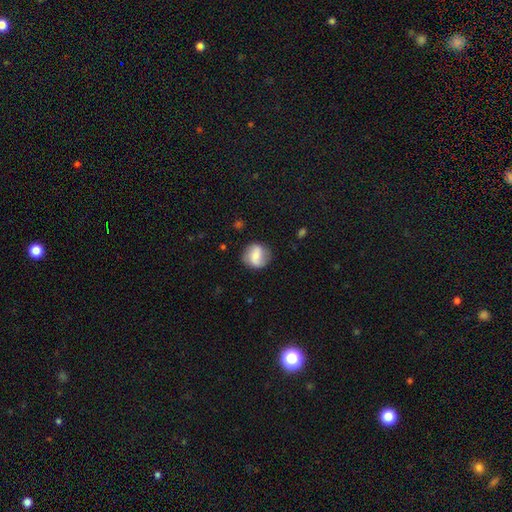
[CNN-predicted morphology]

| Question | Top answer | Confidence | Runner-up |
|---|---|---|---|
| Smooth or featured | smooth | 54% | featured or disk (38%) |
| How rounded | round | 81% | in between (17%) |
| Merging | none | 77% | minor disturbance (16%) |